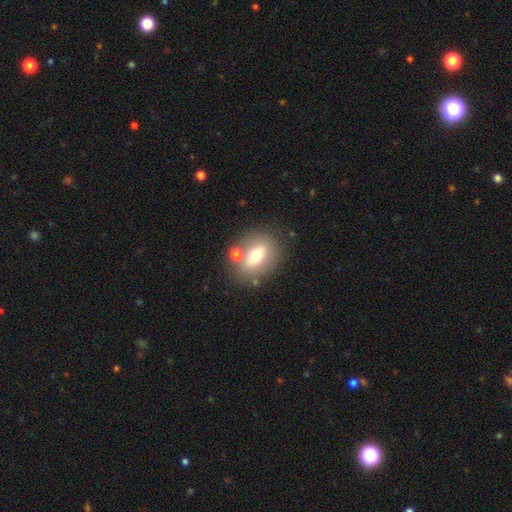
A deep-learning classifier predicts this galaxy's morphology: This is likely a smooth galaxy (62%). How rounded: likely in between (67%). Merging: likely none (73%).